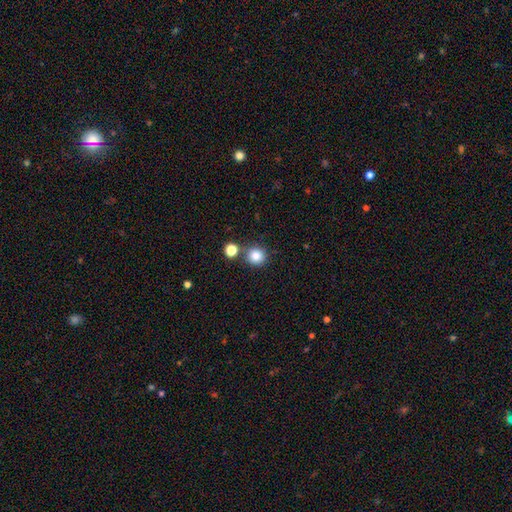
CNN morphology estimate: Smooth or featured: smooth — 83% (star or artifact — 11%)
How rounded: round — 91% (in between — 8%)
Merging: none — 76% (merger — 13%)